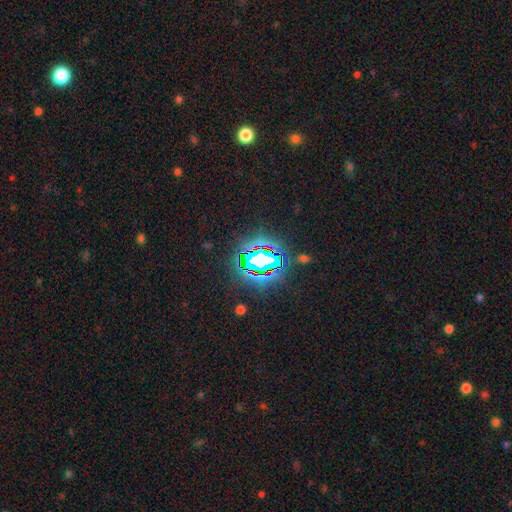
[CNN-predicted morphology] This is likely a star or artifact rather than a galaxy (75%).